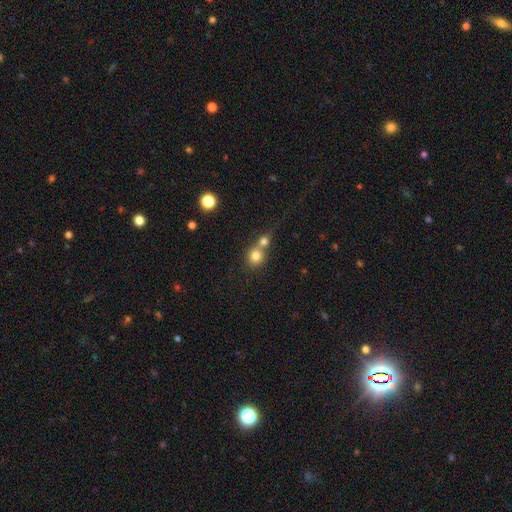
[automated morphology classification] This appears to be a smooth galaxy with no disk features (78%) that is round (84%). Merging: merger (54%).